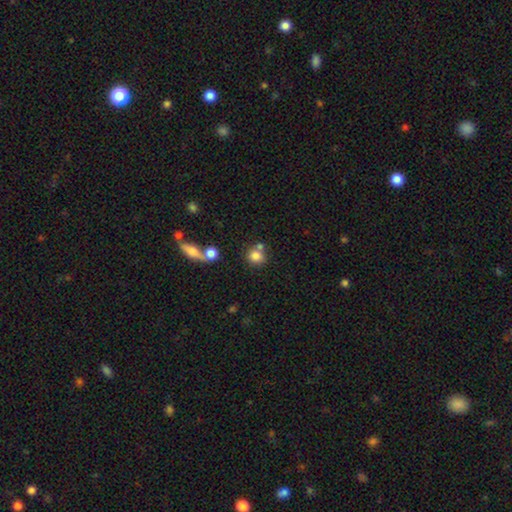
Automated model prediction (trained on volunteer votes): Smooth or featured? smooth (80%)
How rounded? round (77%)
Merging? none (58%)